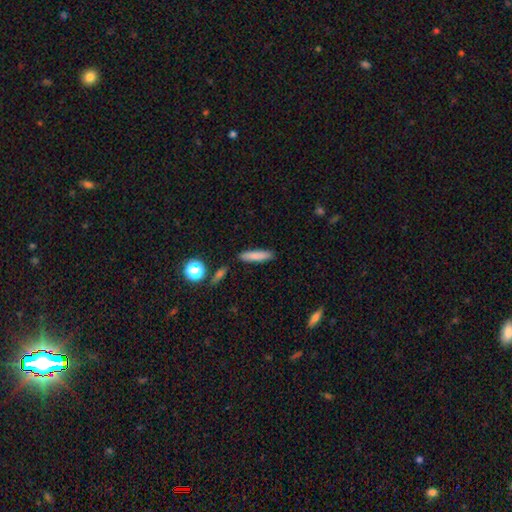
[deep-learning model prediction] A smooth galaxy with no disk features (81%) that is cigar-shaped (79%).

Vote fractions:
- Smooth or featured? smooth: 81% / featured or disk: 11% / star or artifact: 8%
- How rounded? cigar-shaped: 79% / in between: 19% / round: 2%
- Merging? none: 85% / minor disturbance: 9% / merger: 4% / major disturbance: 2%